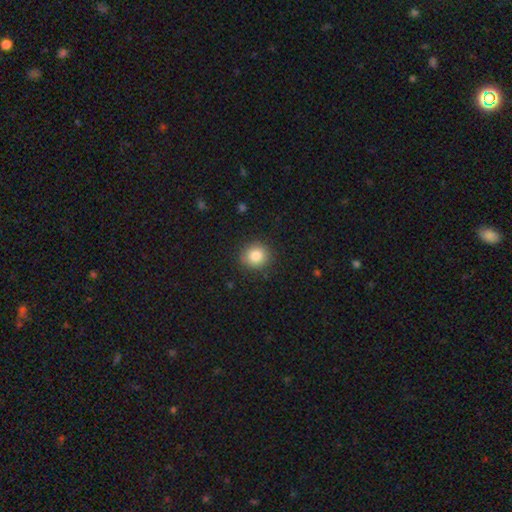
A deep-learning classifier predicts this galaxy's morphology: The model was most divided on "smooth or featured": smooth: 84%, star or artifact: 10%, featured or disk: 6%. More confident: merging — none (88%); how rounded — round (87%).